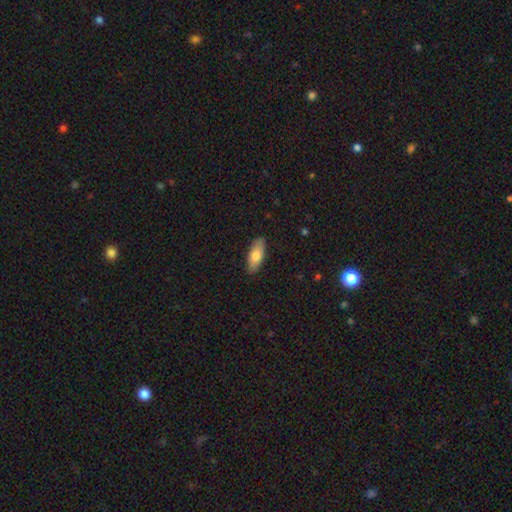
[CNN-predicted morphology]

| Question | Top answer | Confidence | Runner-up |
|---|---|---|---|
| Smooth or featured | smooth | 78% | featured or disk (16%) |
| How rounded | in between | 81% | cigar-shaped (17%) |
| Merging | none | 88% | minor disturbance (9%) |